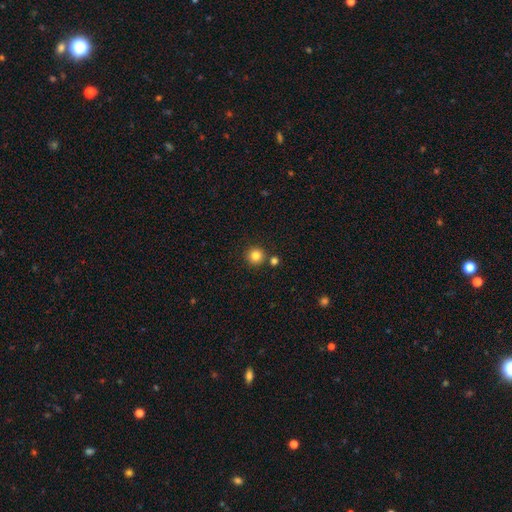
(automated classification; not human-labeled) smooth 84%, star or artifact 12%, featured or disk 5%. Down the decision tree: how rounded — round (95%); merging — none (84%).